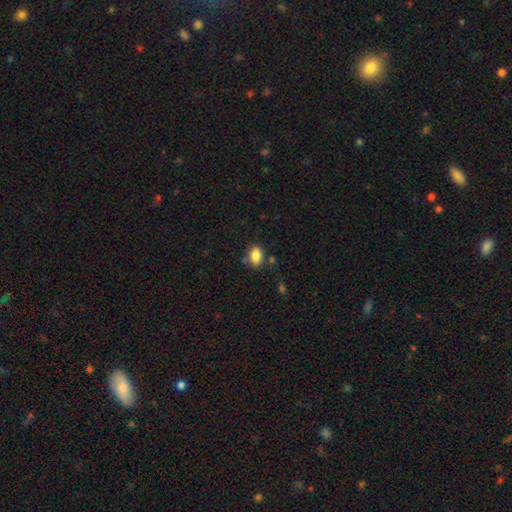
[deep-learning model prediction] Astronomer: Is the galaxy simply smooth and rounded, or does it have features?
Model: smooth — 86%.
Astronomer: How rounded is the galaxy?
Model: in between — 83%.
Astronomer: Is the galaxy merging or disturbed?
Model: none — 75%.